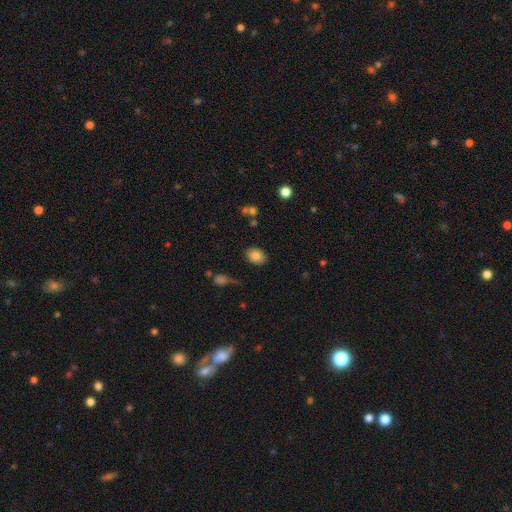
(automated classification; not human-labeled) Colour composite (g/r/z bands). It shows a smooth galaxy with no disk features (82%) that is in between round and cigar-shaped (66%). Merging: none (83%).